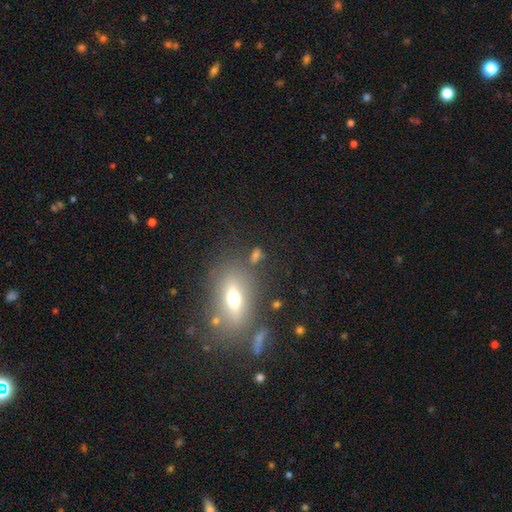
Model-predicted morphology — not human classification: smooth 52%, featured or disk 26%, star or artifact 21%. Down the decision tree: how rounded — in between (55%); merging — none (71%).